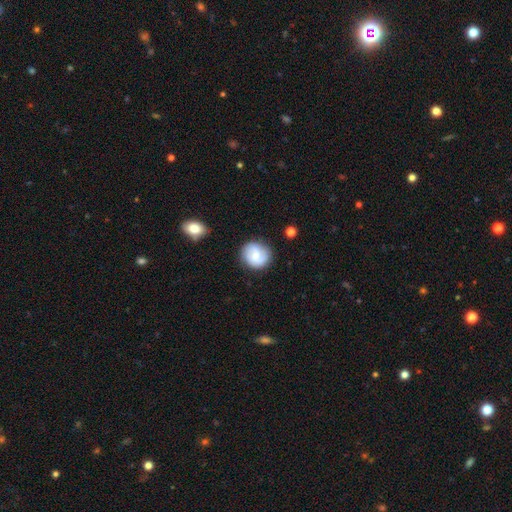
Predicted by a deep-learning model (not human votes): This appears to be a smooth galaxy with no disk features (51%) that is round (84%). Merging: none (80%).